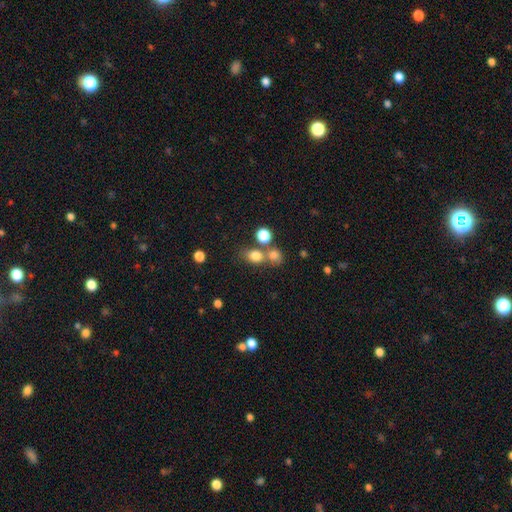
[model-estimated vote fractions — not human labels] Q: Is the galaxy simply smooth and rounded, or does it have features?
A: smooth — 77%.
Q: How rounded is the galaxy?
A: round — 50%.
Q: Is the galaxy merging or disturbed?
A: none — 51%.